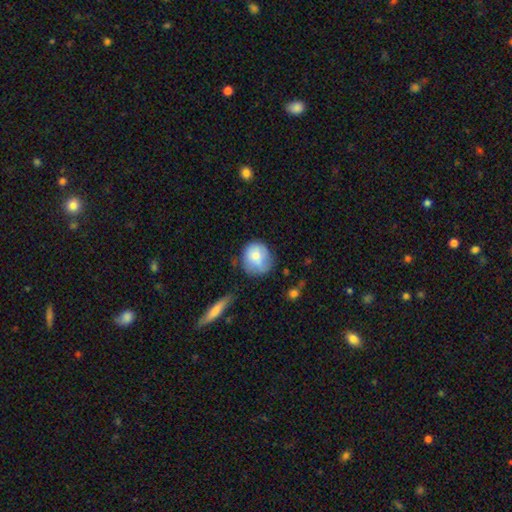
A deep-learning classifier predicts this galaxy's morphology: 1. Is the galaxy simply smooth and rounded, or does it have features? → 73% smooth, 20% featured or disk, 7% star or artifact.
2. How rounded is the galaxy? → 82% round, 17% in between, 1% cigar-shaped.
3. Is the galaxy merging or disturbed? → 54% none, 30% minor disturbance, 10% major disturbance, 6% merger.